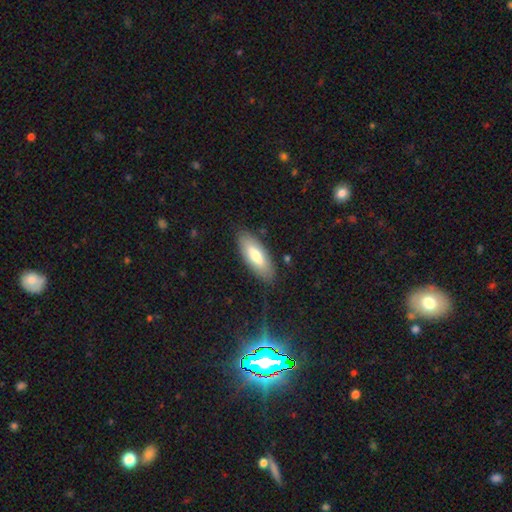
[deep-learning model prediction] Overall: smooth (69%). How rounded: in between (76%). Merging: none (83%).